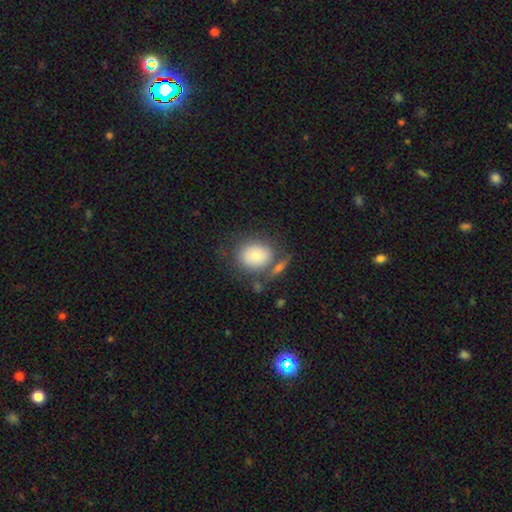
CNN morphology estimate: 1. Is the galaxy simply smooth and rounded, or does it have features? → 75% smooth, 17% featured or disk, 8% star or artifact.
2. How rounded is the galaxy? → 57% round, 42% in between, 1% cigar-shaped.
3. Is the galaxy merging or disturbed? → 60% none, 17% minor disturbance, 16% merger, 8% major disturbance.